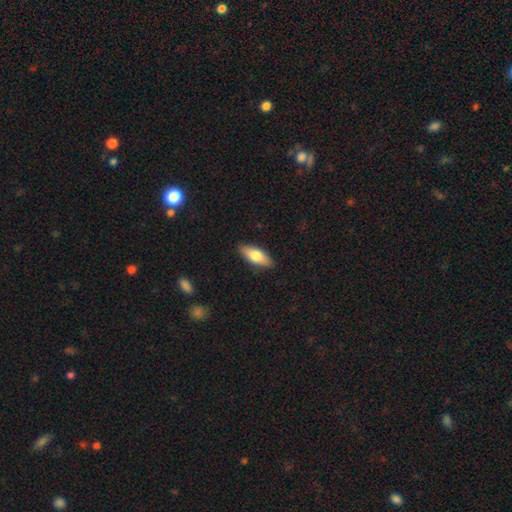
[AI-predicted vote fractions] A smooth galaxy with no disk features (74%) that is in between round and cigar-shaped (76%). Merging: none (89%).